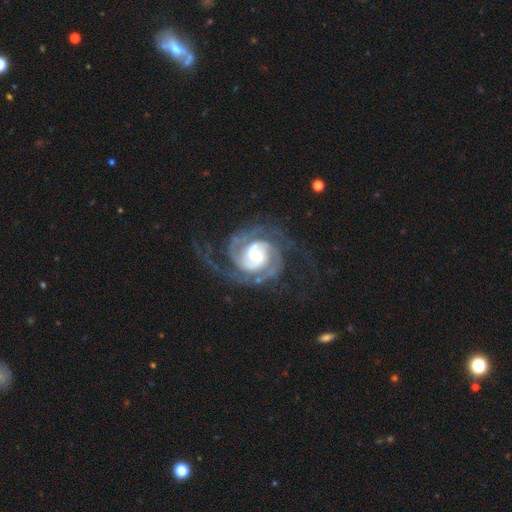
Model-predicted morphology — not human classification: smooth-or-featured: featured or disk: 91% | star or artifact: 5% | smooth: 5%
  disk-edge-on: no: 98% | yes: 2%
    bar: no: 50% | weak: 37% | strong: 14%
    has-spiral-arms: yes: 98% | no: 2%
      spiral-winding: tight: 60% | medium: 33% | loose: 7%
      spiral-arm-count: 2: 58% | 3: 16% | can't tell: 11% | 4: 5% | 1: 5% | more than 4: 4%
    bulge-size: small: 45% | moderate: 41% | large: 10% | none: 2% | dominant: 2%
  merging: none: 65% | major disturbance: 17% | minor disturbance: 16% | merger: 2%